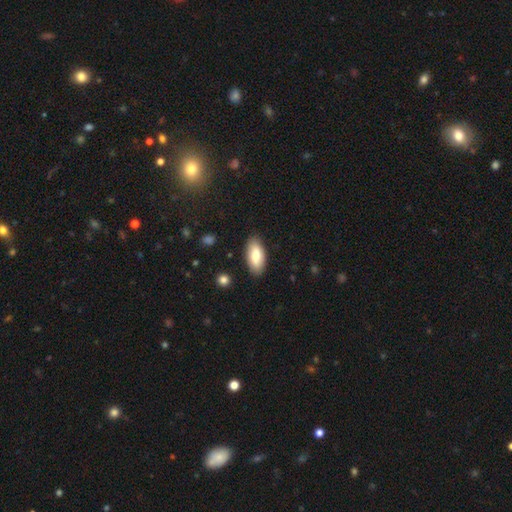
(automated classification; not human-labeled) This appears to be a smooth galaxy with no disk features (76%) that is in between round and cigar-shaped (90%). Merging: none (87%).